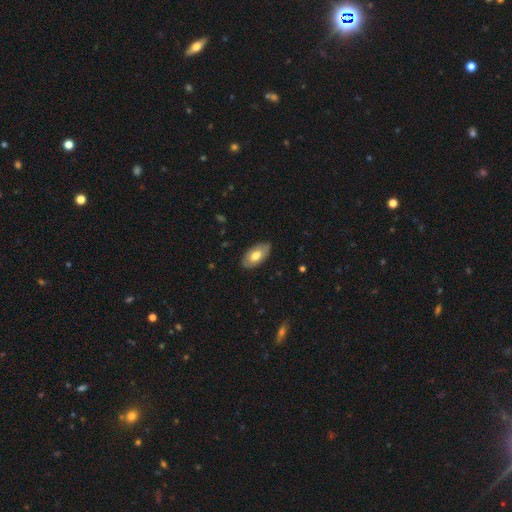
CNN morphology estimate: type=smooth (65%); roundness=in between (95%); merging=none (83%).